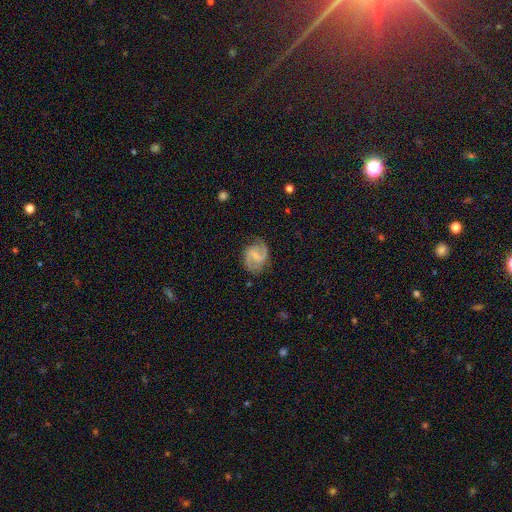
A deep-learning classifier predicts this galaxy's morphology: Smooth or featured? Predicted: featured or disk (p=0.86). Edge-on disk? Predicted: no (p=0.98). Bar? Predicted: weak (p=0.54). Spiral arms? Predicted: yes (p=0.97). Spiral winding? Predicted: medium (p=0.57). Spiral arm count? Predicted: 2 (p=0.92). Bulge size? Predicted: small (p=0.44). Merging? Predicted: none (p=0.79).